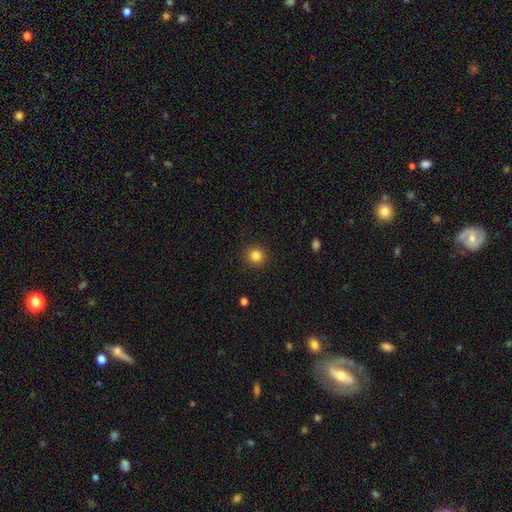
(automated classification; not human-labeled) Morphology: type=smooth (84%); roundness=round (92%); merging=none (91%).